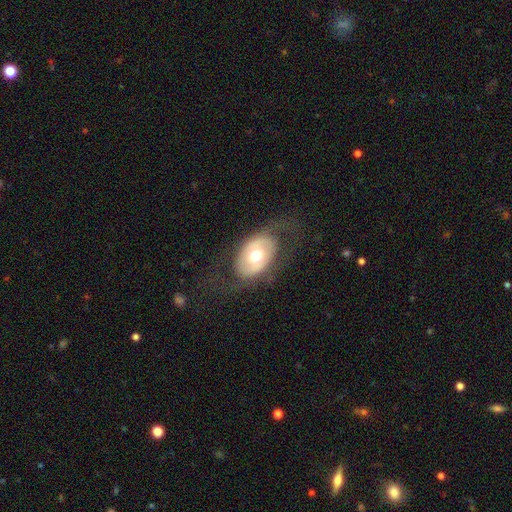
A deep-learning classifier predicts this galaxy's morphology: This is possibly a featured or disk galaxy (51%). It is clearly not viewed edge-on (90%). Merging: likely none (69%).